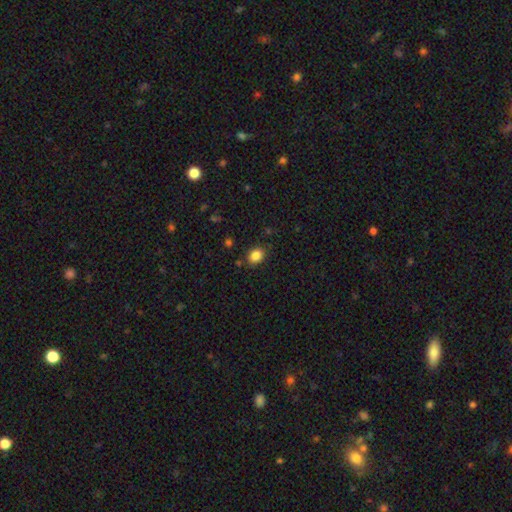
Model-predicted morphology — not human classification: Overall: smooth (85%). How rounded: in between (56%; round 43%). Merging: none (85%).